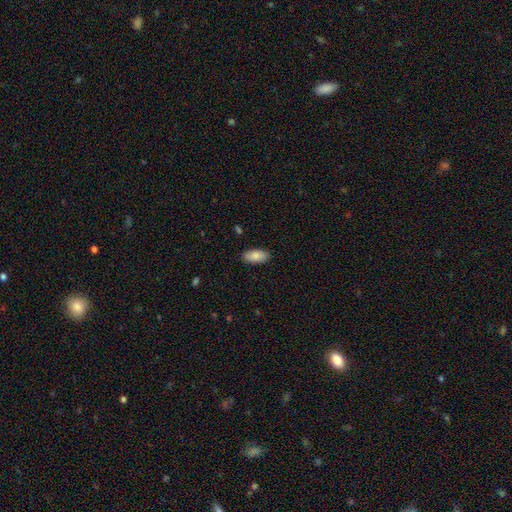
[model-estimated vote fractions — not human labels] Morphology: type=smooth (86%); roundness=in between (92%); merging=none (88%).